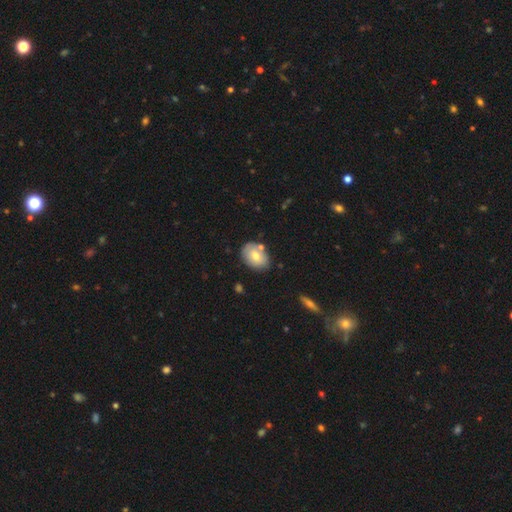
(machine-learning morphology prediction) This is likely a smooth galaxy (69%). How rounded: likely in between (74%). Merging: likely none (70%).